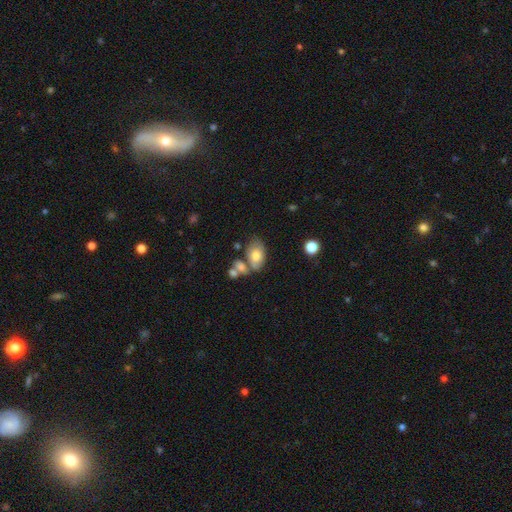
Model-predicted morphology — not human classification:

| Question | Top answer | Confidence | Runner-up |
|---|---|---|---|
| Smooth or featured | smooth | 73% | featured or disk (20%) |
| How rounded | in between | 90% | round (8%) |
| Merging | none | 46% | merger (27%) |